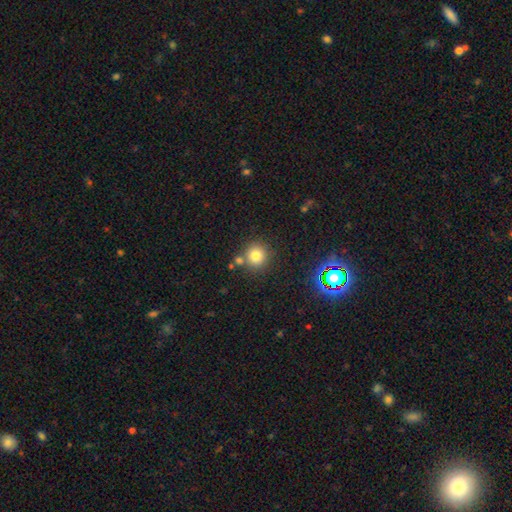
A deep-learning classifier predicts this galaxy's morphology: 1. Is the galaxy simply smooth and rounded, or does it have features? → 78% smooth, 15% star or artifact, 8% featured or disk.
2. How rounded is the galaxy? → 91% round, 8% in between, 1% cigar-shaped.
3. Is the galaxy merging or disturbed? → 74% none, 14% merger, 9% minor disturbance, 3% major disturbance.